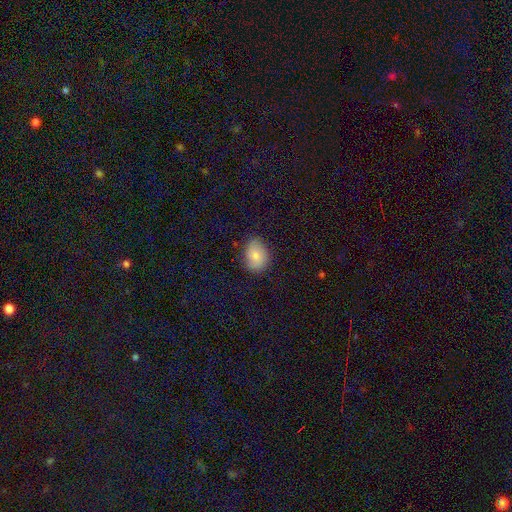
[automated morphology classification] smooth 79%, featured or disk 13%, star or artifact 8%. Down the decision tree: how rounded — in between (70%); merging — none (78%).